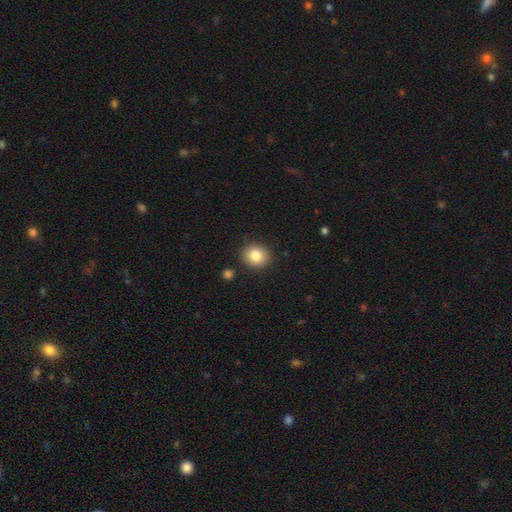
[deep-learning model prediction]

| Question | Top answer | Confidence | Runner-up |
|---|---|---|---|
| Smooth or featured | smooth | 83% | star or artifact (9%) |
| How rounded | round | 76% | in between (23%) |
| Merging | none | 88% | minor disturbance (7%) |